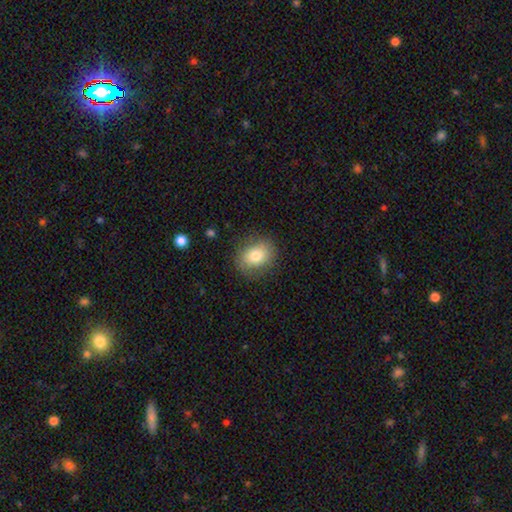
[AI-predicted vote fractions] A smooth galaxy with no disk features (77%) that is round (50%). Merging: none (83%).